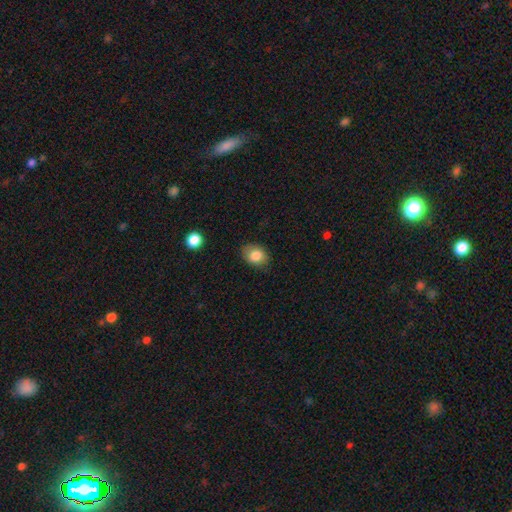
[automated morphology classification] type=smooth (84%); roundness=in between (64%); merging=none (81%).